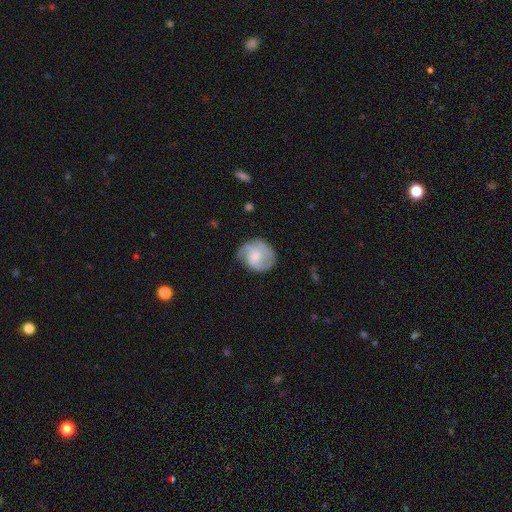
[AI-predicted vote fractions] A featured or disk galaxy (56%) with no bar (58%), spiral arms (85%) and a moderate central bulge (41%). Merging: none (60%).